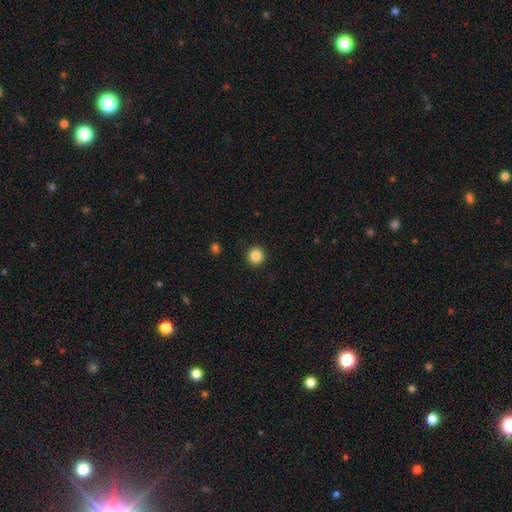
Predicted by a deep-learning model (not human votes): The model was most divided on "smooth or featured": smooth: 85%, star or artifact: 10%, featured or disk: 5%. More confident: merging — none (93%); how rounded — round (93%).